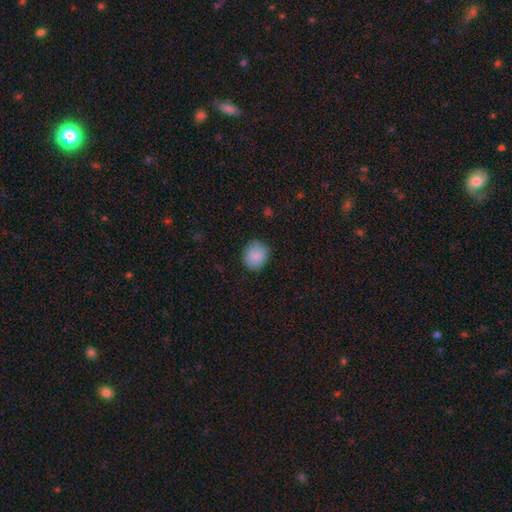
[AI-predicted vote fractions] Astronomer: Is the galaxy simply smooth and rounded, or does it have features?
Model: smooth — 86%.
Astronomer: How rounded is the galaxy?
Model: round — 76%.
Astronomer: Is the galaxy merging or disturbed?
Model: none — 80%.